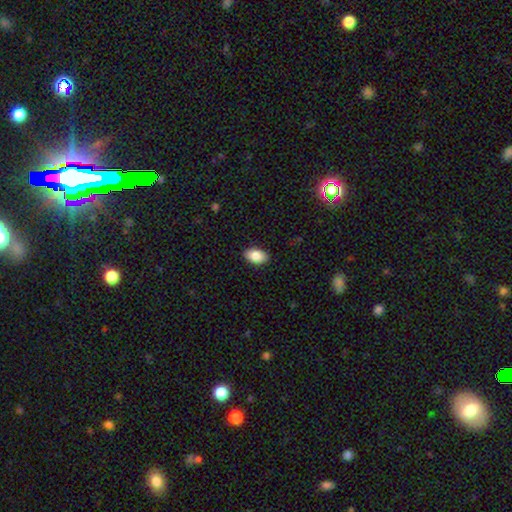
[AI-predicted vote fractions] Smooth or featured? Predicted: smooth (p=0.86). How rounded? Predicted: in between (p=0.92). Merging? Predicted: none (p=0.89).